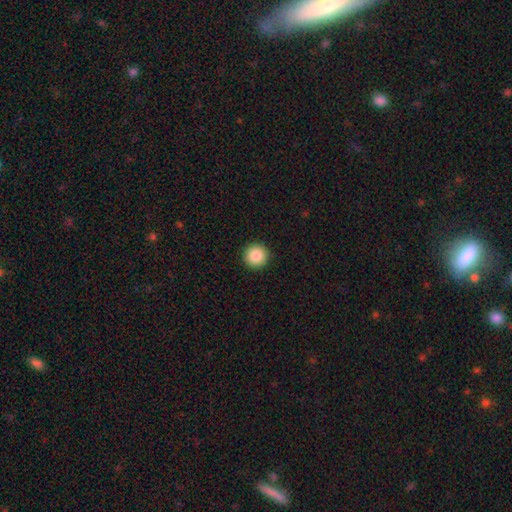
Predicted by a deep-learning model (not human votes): smooth_or_featured: smooth (p=0.86) [alt: star or artifact p=0.09]
how_rounded: round (p=0.96) [alt: in between p=0.03]
merging: none (p=0.94) [alt: minor disturbance p=0.04]